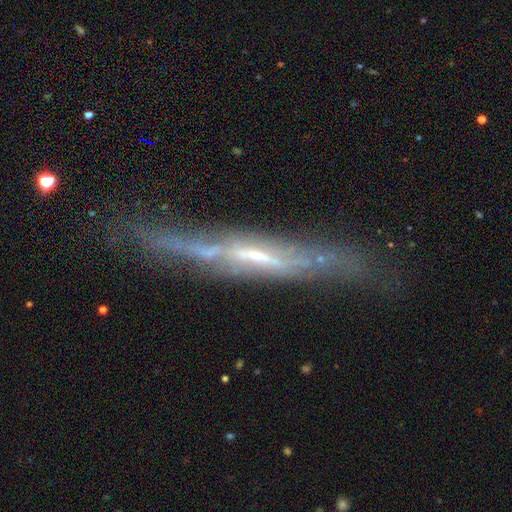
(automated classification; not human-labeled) A featured or disk galaxy (77%) viewed edge-on (83%) with no central bulge (50%).

Vote fractions:
- Smooth or featured? featured or disk: 77% / smooth: 15% / star or artifact: 9%
- Edge-on disk? yes: 83% / no: 17%
- Edge-on bulge? none: 50% / rounded: 29% / boxy: 21%
- Merging? none: 64% / minor disturbance: 22% / major disturbance: 11% / merger: 3%